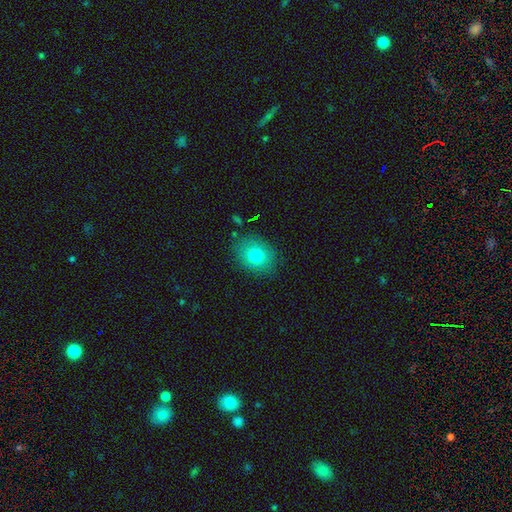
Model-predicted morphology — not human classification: The model was most divided on "how rounded": in between: 55%, round: 44%, cigar-shaped: 1%. More confident: merging — none (83%); smooth or featured — smooth (78%).